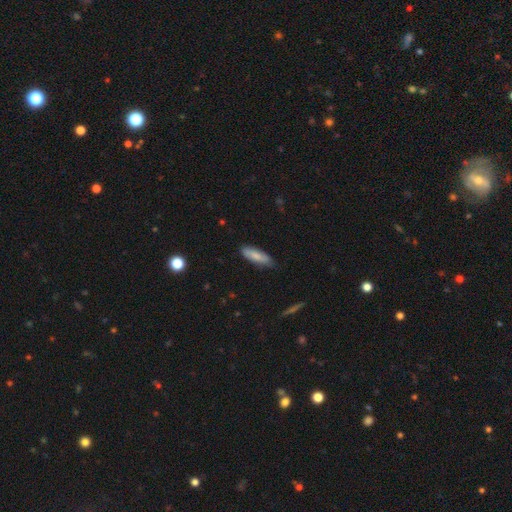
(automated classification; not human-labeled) Smooth or featured?
  - smooth: 78% *
  - featured or disk: 16%
  - star or artifact: 6%
How rounded?
  - in between: 51% *
  - cigar-shaped: 48%
  - round: 2%
Merging?
  - none: 77% *
  - minor disturbance: 19%
  - major disturbance: 3%
  - merger: 1%